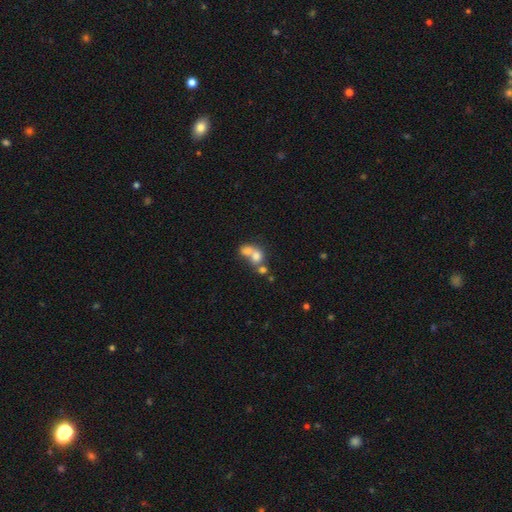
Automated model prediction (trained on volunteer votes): Smooth or featured: smooth — 66% (featured or disk — 22%)
How rounded: round — 55% (in between — 43%)
Merging: merger — 68% (none — 20%)